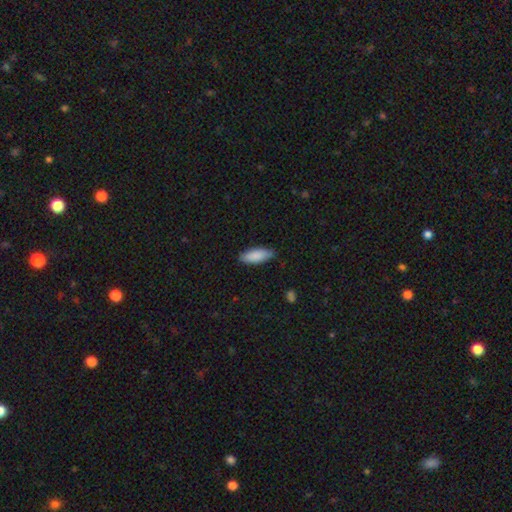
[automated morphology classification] smooth_or_featured: smooth (p=0.88) [alt: featured or disk p=0.06]
how_rounded: in between (p=0.77) [alt: cigar-shaped p=0.21]
merging: none (p=0.83) [alt: minor disturbance p=0.14]